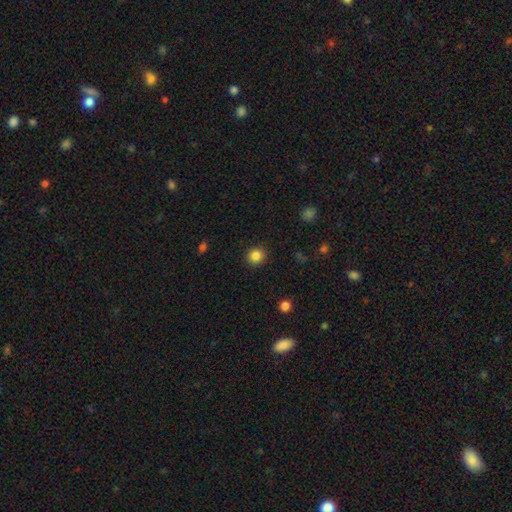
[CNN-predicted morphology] This appears to be a smooth galaxy with no disk features (85%) that is round (91%). Merging: none (91%).